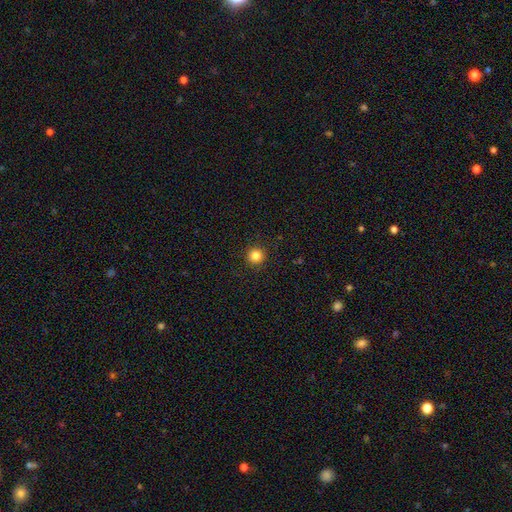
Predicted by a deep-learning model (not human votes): A smooth galaxy with no disk features (83%) that is round (96%).

Vote fractions:
- Smooth or featured? smooth: 83% / star or artifact: 12% / featured or disk: 5%
- How rounded? round: 96% / in between: 3% / cigar-shaped: 1%
- Merging? none: 93% / minor disturbance: 4% / major disturbance: 2% / merger: 1%